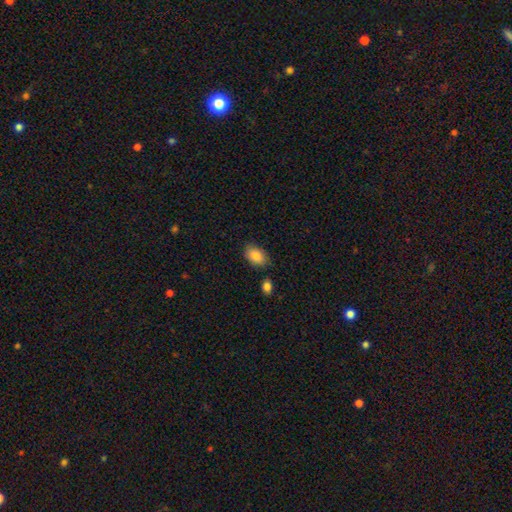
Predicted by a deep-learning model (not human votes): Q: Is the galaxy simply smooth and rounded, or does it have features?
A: smooth — 88%.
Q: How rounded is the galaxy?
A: in between — 91%.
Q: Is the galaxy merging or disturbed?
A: none — 78%.